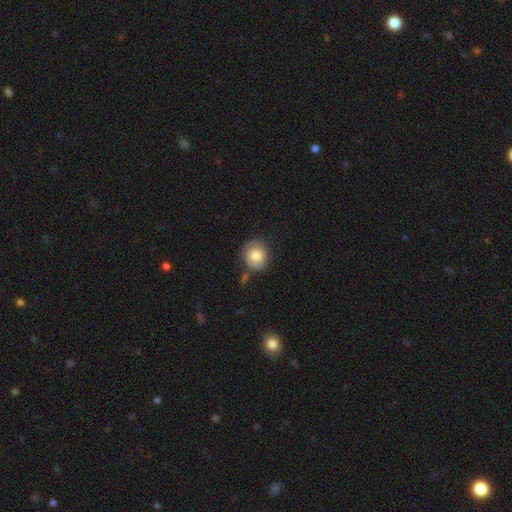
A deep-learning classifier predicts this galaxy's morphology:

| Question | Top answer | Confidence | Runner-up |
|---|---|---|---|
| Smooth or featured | smooth | 81% | featured or disk (11%) |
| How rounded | round | 76% | in between (23%) |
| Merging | none | 73% | minor disturbance (17%) |